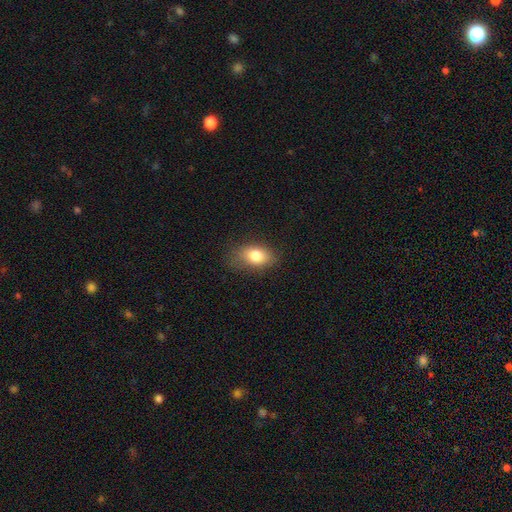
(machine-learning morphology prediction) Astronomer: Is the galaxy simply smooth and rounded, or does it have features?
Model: smooth — 80%.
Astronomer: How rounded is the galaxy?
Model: in between — 84%.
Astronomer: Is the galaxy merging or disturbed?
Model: none — 74%.